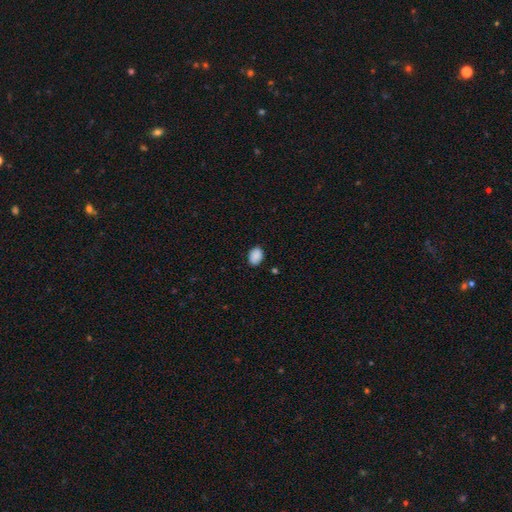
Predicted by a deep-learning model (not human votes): smooth_or_featured: smooth (p=0.89) [alt: star or artifact p=0.08]
how_rounded: in between (p=0.76) [alt: round p=0.23]
merging: none (p=0.84) [alt: minor disturbance p=0.12]